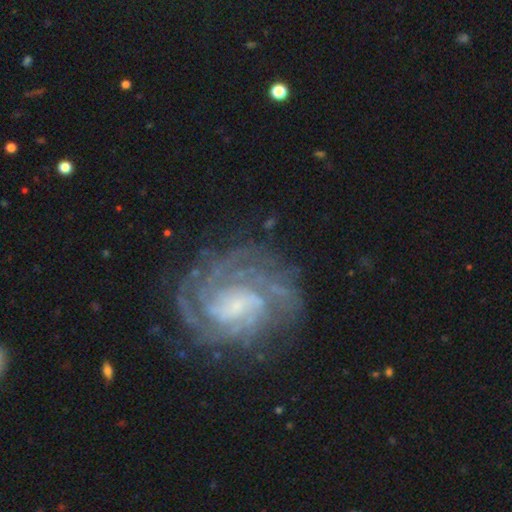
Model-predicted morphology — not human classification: Smooth or featured? Predicted: featured or disk (p=0.85). Edge-on disk? Predicted: no (p=0.97). Bar? Predicted: weak (p=0.49). Spiral arms? Predicted: yes (p=0.97). Spiral winding? Predicted: tight (p=0.69). Spiral arm count? Predicted: can't tell (p=0.27). Bulge size? Predicted: small (p=0.54). Merging? Predicted: none (p=0.78).